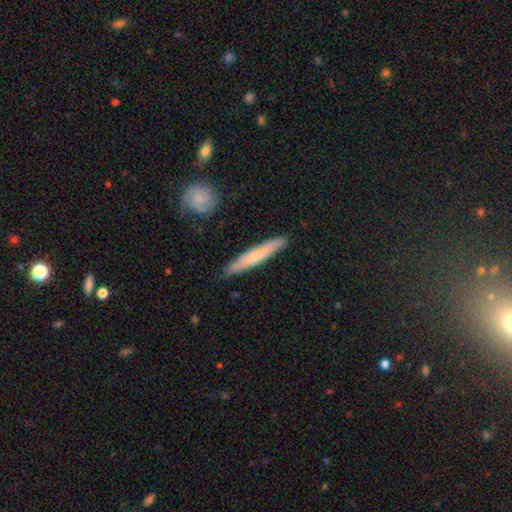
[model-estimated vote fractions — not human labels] Overall: smooth (60%; featured or disk 34%). How rounded: cigar-shaped (93%). Merging: none (87%).